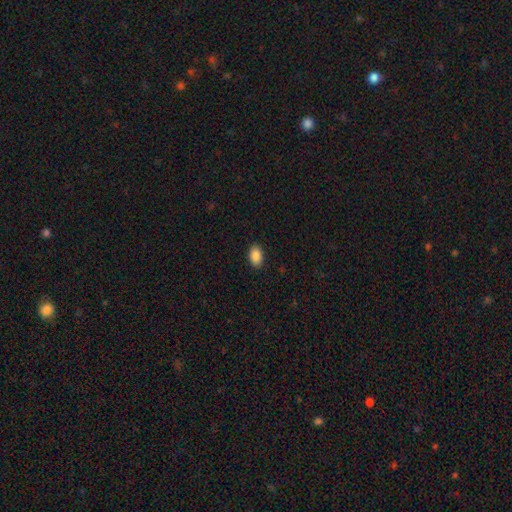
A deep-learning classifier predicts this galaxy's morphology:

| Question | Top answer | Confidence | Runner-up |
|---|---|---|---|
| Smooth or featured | smooth | 89% | star or artifact (8%) |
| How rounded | in between | 89% | round (9%) |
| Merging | none | 89% | minor disturbance (8%) |